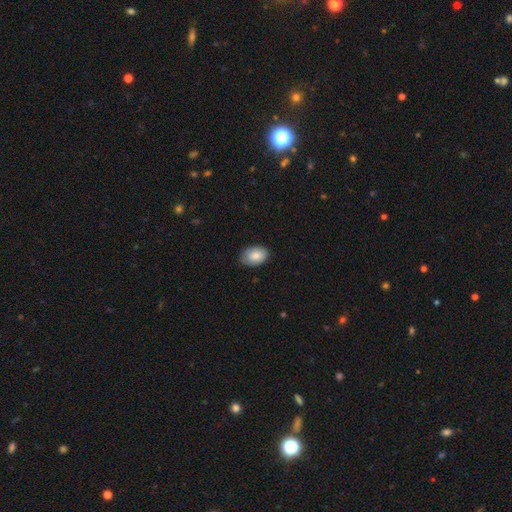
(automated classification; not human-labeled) Smooth or featured? Predicted: smooth (p=0.85). How rounded? Predicted: in between (p=0.88). Merging? Predicted: none (p=0.81).